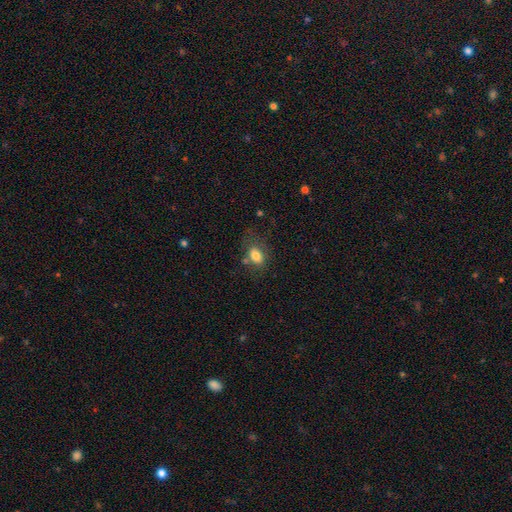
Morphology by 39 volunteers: type=smooth (95%); roundness=in between (76%); merging=none (61%).